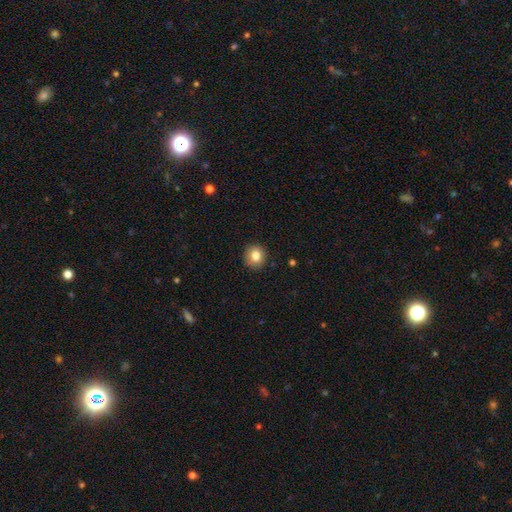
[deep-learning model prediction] smooth_or_featured: smooth (p=0.82) [alt: star or artifact p=0.10]
how_rounded: round (p=0.88) [alt: in between p=0.12]
merging: none (p=0.89) [alt: minor disturbance p=0.08]